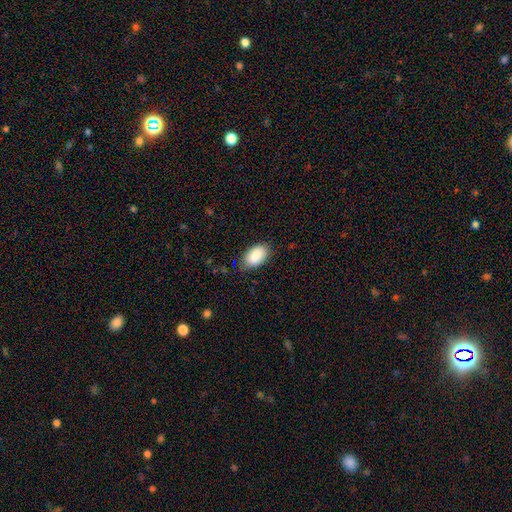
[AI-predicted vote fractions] Smooth or featured? smooth (87%)
How rounded? in between (93%)
Merging? none (77%)